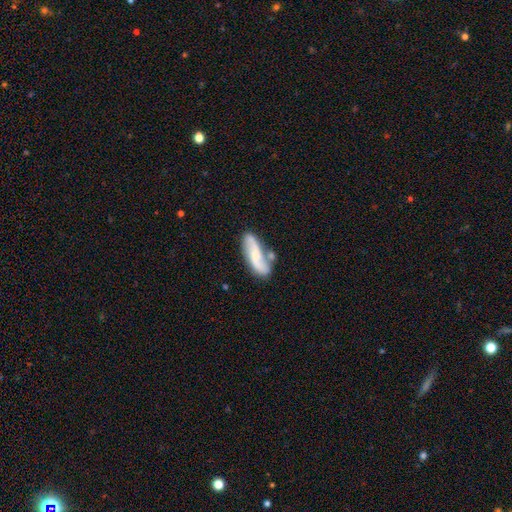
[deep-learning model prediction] A featured or disk galaxy (61%) with no bar (49%), spiral arms (90%) and a small central bulge (42%).

Vote fractions:
- Smooth or featured? featured or disk: 61% / smooth: 32% / star or artifact: 7%
- Edge-on disk? no: 89% / yes: 11%
- Bar? no: 49% / weak: 35% / strong: 15%
- Spiral arms? yes: 90% / no: 10%
- Bulge size? small: 42% / moderate: 28% / none: 23% / large: 5% / dominant: 2%
- Merging? none: 60% / minor disturbance: 19% / merger: 16% / major disturbance: 6%